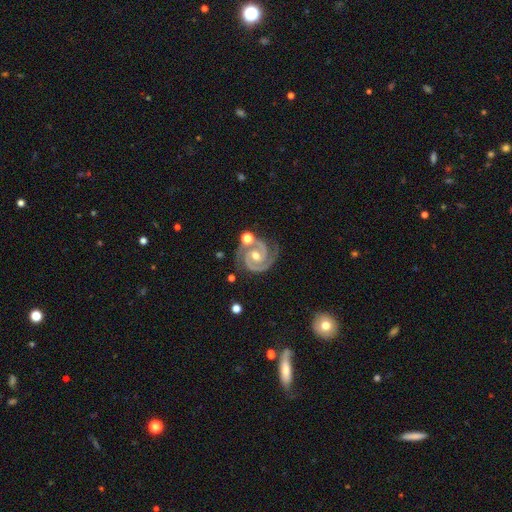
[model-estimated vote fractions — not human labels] Q: Smooth or featured?
A: featured or disk (93%); runner-up: star or artifact (4%)
Q: Edge-on disk?
A: no (98%); runner-up: yes (2%)
Q: Bar?
A: no (50%); runner-up: weak (33%)
Q: Spiral arms?
A: yes (99%); runner-up: no (1%)
Q: Spiral winding?
A: tight (66%); runner-up: medium (31%)
Q: Spiral arm count?
A: 2 (91%); runner-up: 3 (4%)
Q: Bulge size?
A: moderate (65%); runner-up: small (30%)
Q: Merging?
A: none (75%); runner-up: minor disturbance (14%)